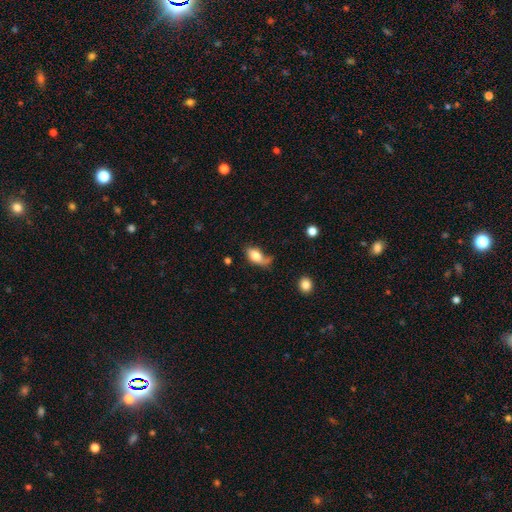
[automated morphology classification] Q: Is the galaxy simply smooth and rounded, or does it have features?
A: smooth — 73%.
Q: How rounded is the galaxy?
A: in between — 87%.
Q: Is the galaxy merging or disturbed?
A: none — 36%.